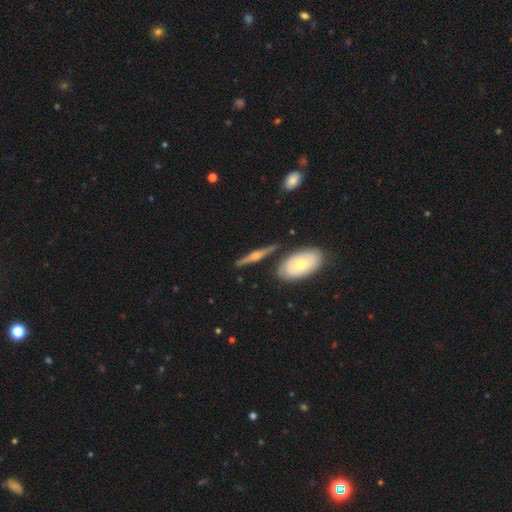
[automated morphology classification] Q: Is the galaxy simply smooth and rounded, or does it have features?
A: featured or disk — 70%.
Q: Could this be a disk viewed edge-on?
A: yes — 94%.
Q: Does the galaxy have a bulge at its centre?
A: rounded — 82%.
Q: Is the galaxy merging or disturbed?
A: none — 81%.